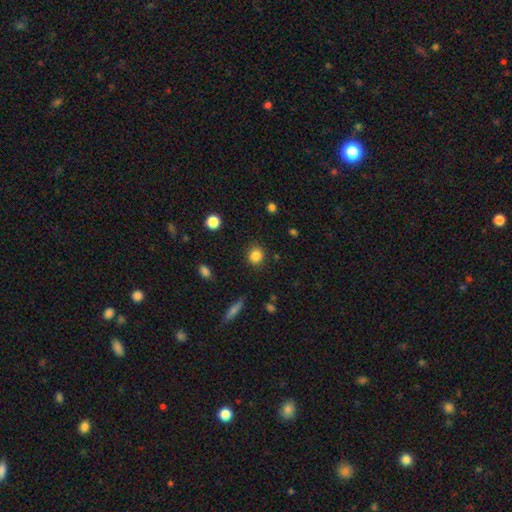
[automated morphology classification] A smooth galaxy with no disk features (85%) that is round (84%). Merging: none (88%).